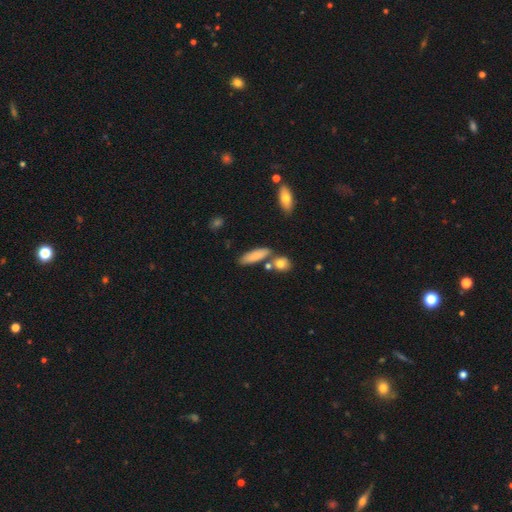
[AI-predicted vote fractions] smooth_or_featured: smooth (p=0.79) [alt: featured or disk p=0.14]
how_rounded: cigar-shaped (p=0.51) [alt: in between p=0.46]
merging: none (p=0.72) [alt: minor disturbance p=0.13]